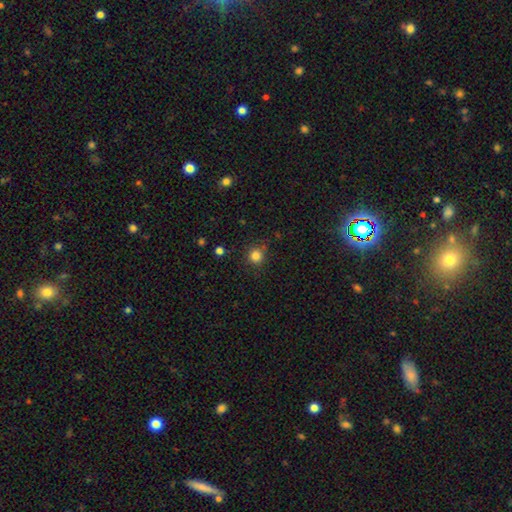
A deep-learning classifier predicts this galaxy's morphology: This is clearly a smooth galaxy (82%). How rounded: clearly round (94%). Merging: clearly none (86%).